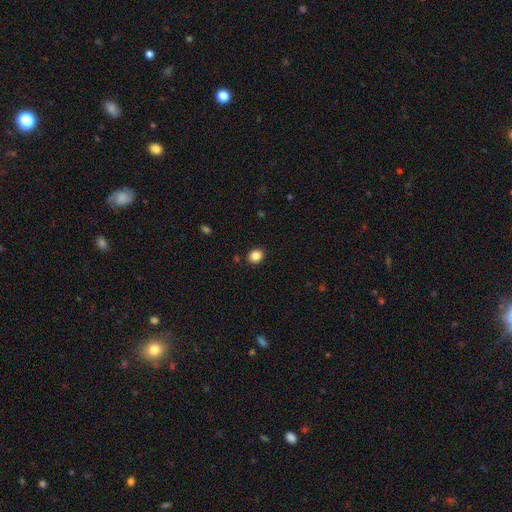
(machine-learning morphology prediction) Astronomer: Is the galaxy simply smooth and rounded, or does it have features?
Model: smooth — 86%.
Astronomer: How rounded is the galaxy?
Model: round — 61% (runner-up: in between, 39%).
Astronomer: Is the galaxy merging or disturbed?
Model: none — 89%.